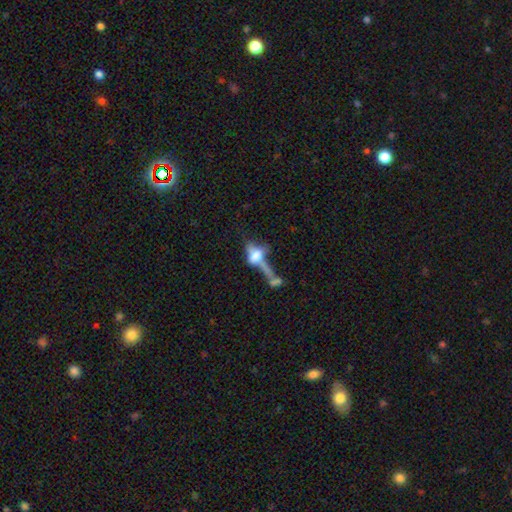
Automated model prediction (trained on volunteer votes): This appears to be a featured or disk galaxy (45%). Merging: merger (41%).